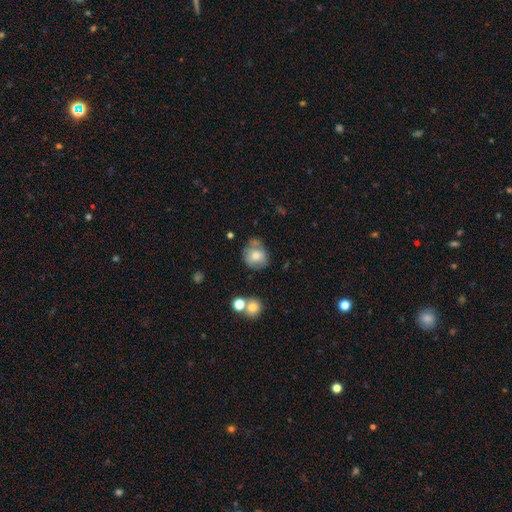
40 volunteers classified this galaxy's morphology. A smooth galaxy with no disk features (68%) that is round (89%).

Vote fractions:
- Smooth or featured? smooth: 68% / featured or disk: 20% / star or artifact: 12%
- How rounded? round: 89% / in between: 11% / cigar-shaped: 0%
- Merging? none: 63% / minor disturbance: 23% / merger: 9% / major disturbance: 6%